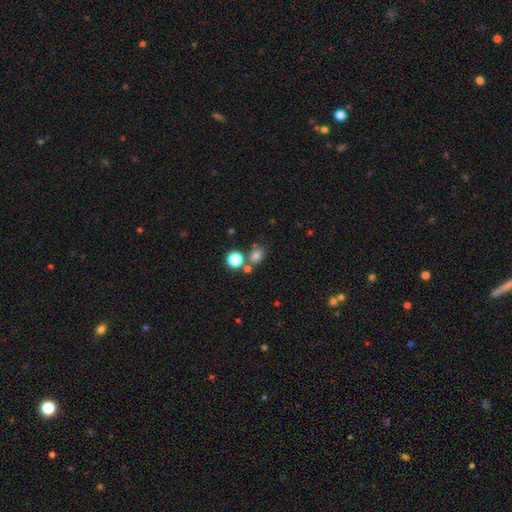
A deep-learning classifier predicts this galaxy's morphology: type=smooth (75%); roundness=round (56%); merging=none (64%).